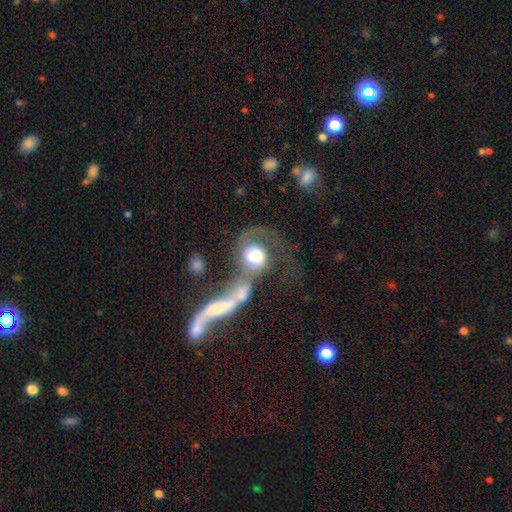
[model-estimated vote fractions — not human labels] Q: Smooth or featured?
A: featured or disk (50%); runner-up: smooth (42%)
Q: Merging?
A: merger (66%); runner-up: major disturbance (17%)